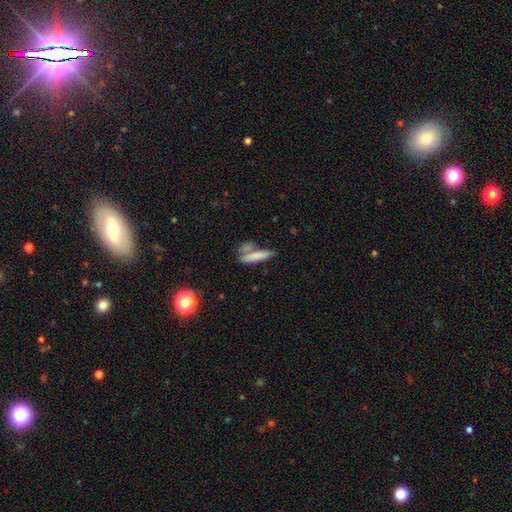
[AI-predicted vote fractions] Morphology: type=smooth (77%); roundness=cigar-shaped (75%); merging=none (50%).